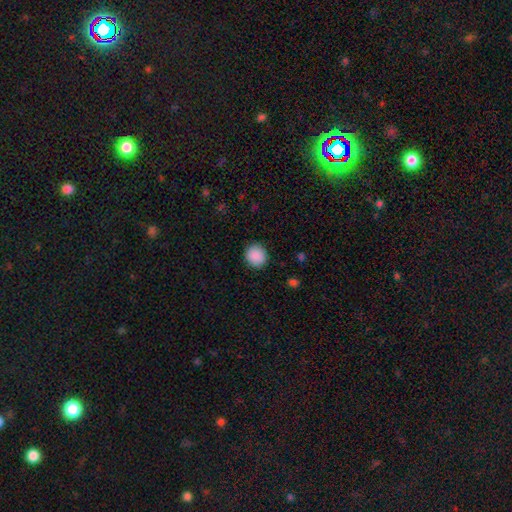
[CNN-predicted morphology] type=smooth (90%); roundness=round (88%); merging=none (90%).